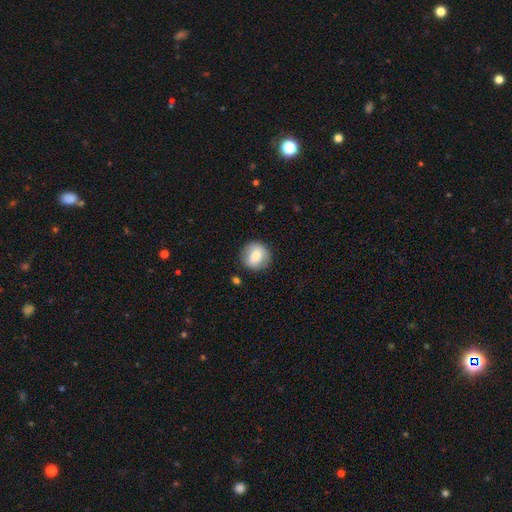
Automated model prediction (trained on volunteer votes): Q: Smooth or featured?
A: smooth (76%); runner-up: featured or disk (17%)
Q: How rounded?
A: round (92%); runner-up: in between (7%)
Q: Merging?
A: none (87%); runner-up: minor disturbance (9%)